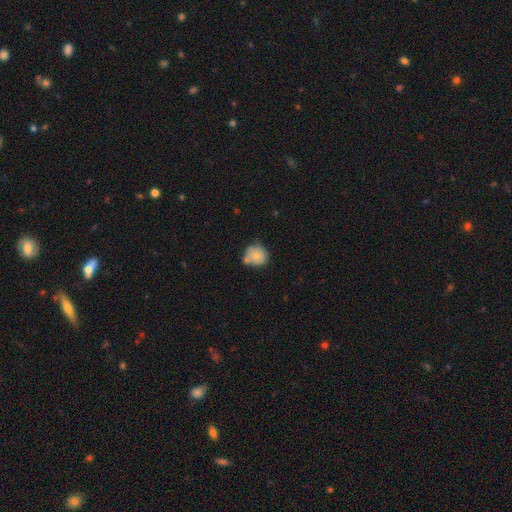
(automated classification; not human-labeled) smooth 79%, featured or disk 13%, star or artifact 8%. Down the decision tree: how rounded — round (83%); merging — none (51%).